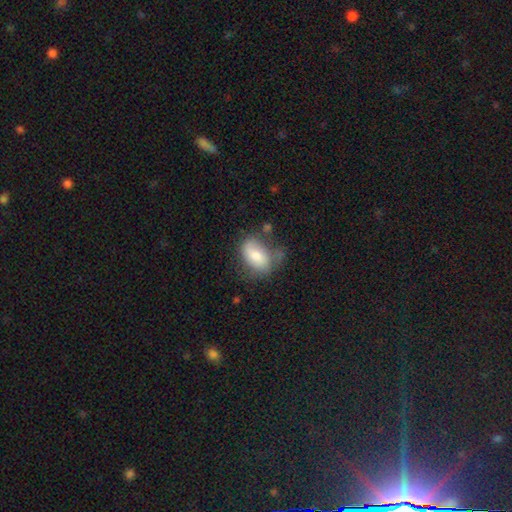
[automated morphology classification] A smooth galaxy with no disk features (67%) that is in between round and cigar-shaped (86%). Merging: none (48%).